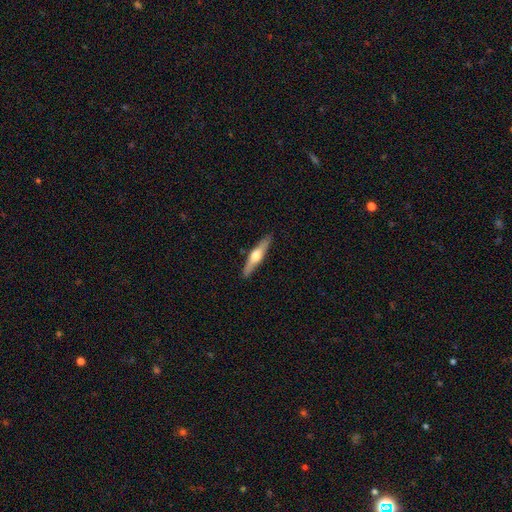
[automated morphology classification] This is possibly a featured or disk galaxy (59%). It is clearly viewed edge-on (95%). Edge-on bulge: clearly rounded (94%). Merging: clearly none (90%).